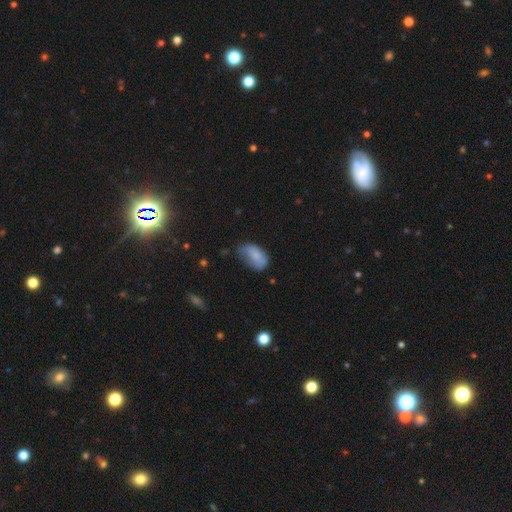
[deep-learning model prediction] This is likely a smooth galaxy (78%). How rounded: clearly in between (92%). Merging: marginally none (44%).